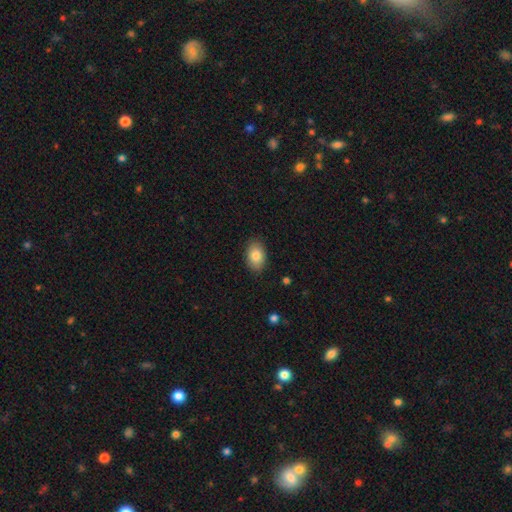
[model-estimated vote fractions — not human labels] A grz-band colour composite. It shows a smooth galaxy with no disk features (83%) that is in between round and cigar-shaped (88%). Merging: none (87%).